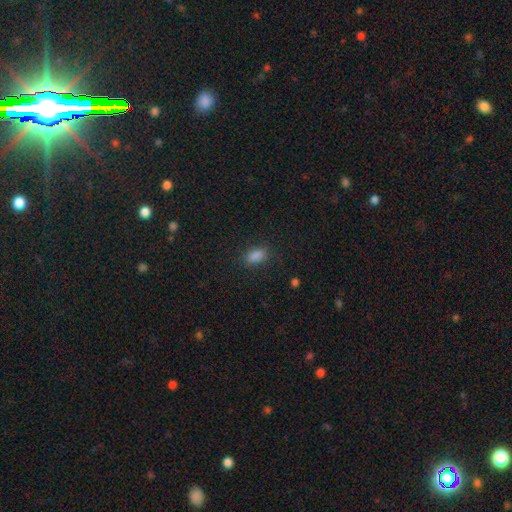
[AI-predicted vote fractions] smooth 85%, star or artifact 12%, featured or disk 4%. Down the decision tree: how rounded — in between (88%); merging — none (84%).